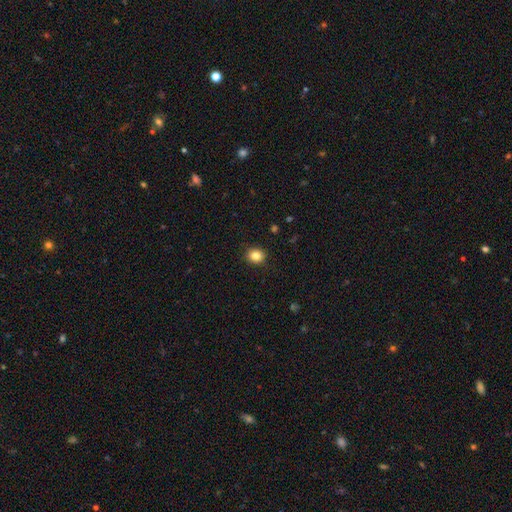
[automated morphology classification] The model was most divided on "how rounded": round: 66%, in between: 33%, cigar-shaped: 1%. More confident: merging — none (90%); smooth or featured — smooth (84%).